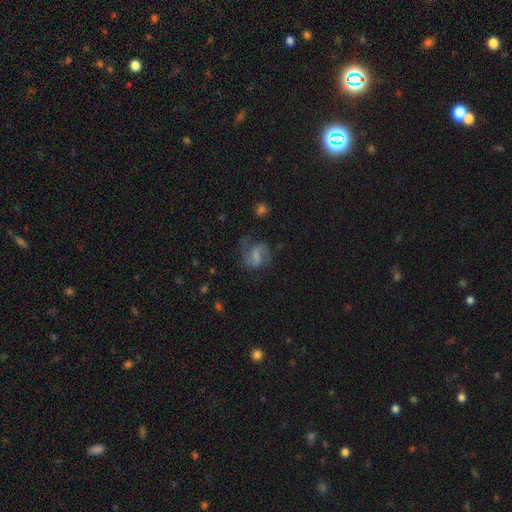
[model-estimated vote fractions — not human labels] Smooth or featured? Predicted: featured or disk (p=0.62). Edge-on disk? Predicted: no (p=0.98). Bar? Predicted: weak (p=0.50). Spiral arms? Predicted: yes (p=0.89). Spiral winding? Predicted: medium (p=0.50). Spiral arm count? Predicted: 2 (p=0.80). Bulge size? Predicted: none (p=0.40). Merging? Predicted: none (p=0.54).